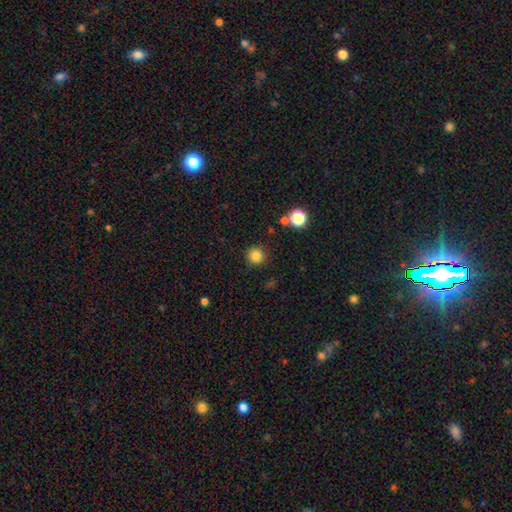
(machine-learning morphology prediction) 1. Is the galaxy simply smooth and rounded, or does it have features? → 82% smooth, 13% star or artifact, 5% featured or disk.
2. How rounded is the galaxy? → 94% round, 5% in between, 1% cigar-shaped.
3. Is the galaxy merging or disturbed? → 89% none, 7% minor disturbance, 2% major disturbance, 2% merger.